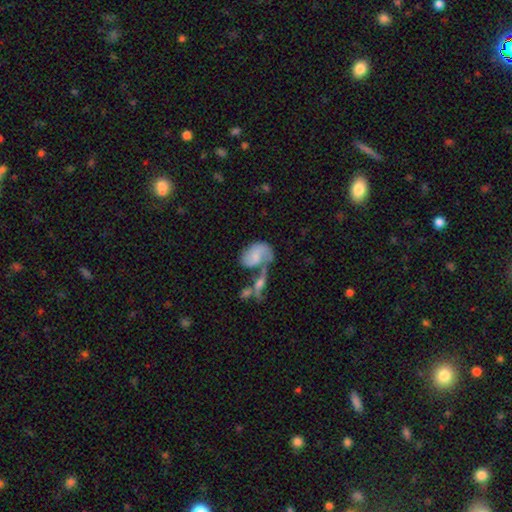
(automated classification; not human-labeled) smooth_or_featured: featured or disk (p=0.53) [alt: smooth p=0.39]
disk_edge_on: no (p=0.95) [alt: yes p=0.05]
bar: no (p=0.65) [alt: weak p=0.28]
has_spiral_arms: yes (p=0.76) [alt: no p=0.24]
bulge_size: small (p=0.43) [alt: none p=0.27]
merging: merger (p=0.42) [alt: none p=0.26]